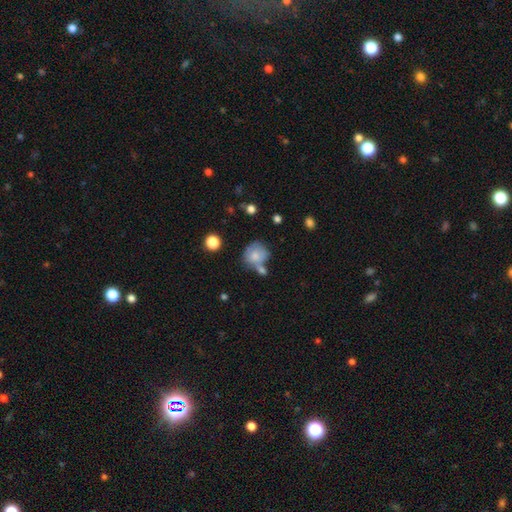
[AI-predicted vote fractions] smooth_or_featured: smooth (p=0.71) [alt: featured or disk p=0.20]
how_rounded: round (p=0.78) [alt: in between p=0.21]
merging: none (p=0.45) [alt: merger p=0.26]